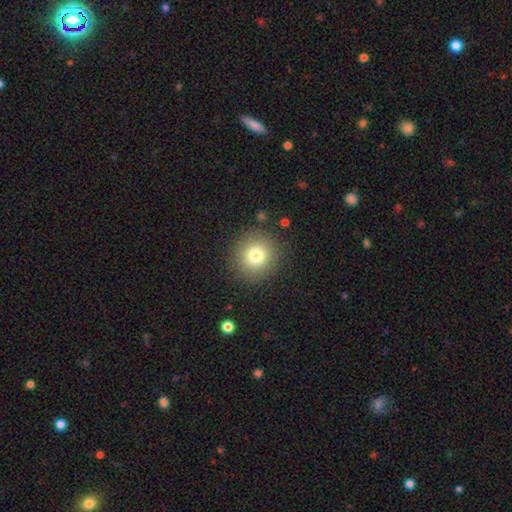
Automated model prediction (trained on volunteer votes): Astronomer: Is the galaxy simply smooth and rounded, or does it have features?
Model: smooth — 78%.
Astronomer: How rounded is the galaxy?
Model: round — 94%.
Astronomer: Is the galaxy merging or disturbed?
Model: none — 89%.